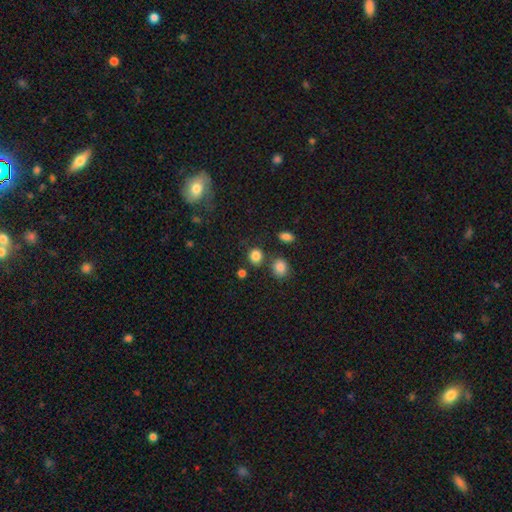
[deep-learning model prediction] smooth-or-featured: smooth: 84% | star or artifact: 12% | featured or disk: 4%
  how-rounded: round: 79% | in between: 20% | cigar-shaped: 1%
  merging: none: 75% | minor disturbance: 11% | merger: 10% | major disturbance: 4%